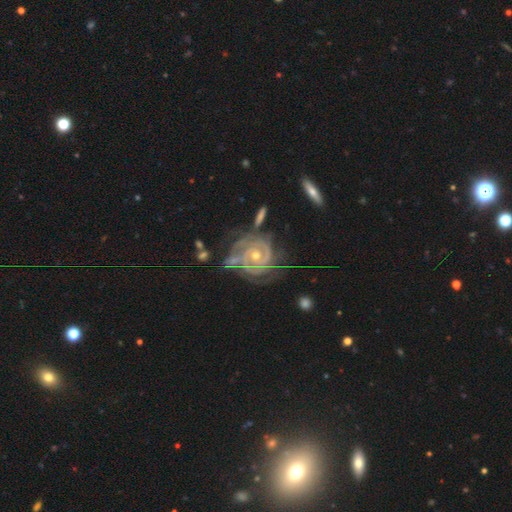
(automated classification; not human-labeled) Q: Smooth or featured?
A: featured or disk (89%); runner-up: star or artifact (6%)
Q: Edge-on disk?
A: no (97%); runner-up: yes (3%)
Q: Bar?
A: no (70%); runner-up: weak (22%)
Q: Spiral arms?
A: yes (96%); runner-up: no (4%)
Q: Spiral winding?
A: tight (77%); runner-up: medium (19%)
Q: Spiral arm count?
A: can't tell (29%); runner-up: 3 (25%)
Q: Bulge size?
A: small (49%); runner-up: moderate (48%)
Q: Merging?
A: none (49%); runner-up: minor disturbance (25%)